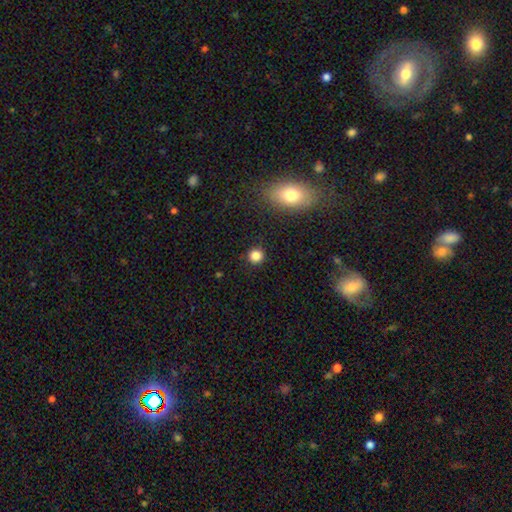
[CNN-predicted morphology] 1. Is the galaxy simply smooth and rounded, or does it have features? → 84% smooth, 12% star or artifact, 4% featured or disk.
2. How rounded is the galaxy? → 93% round, 5% in between, 1% cigar-shaped.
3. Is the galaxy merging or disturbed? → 90% none, 6% minor disturbance, 2% major disturbance, 1% merger.